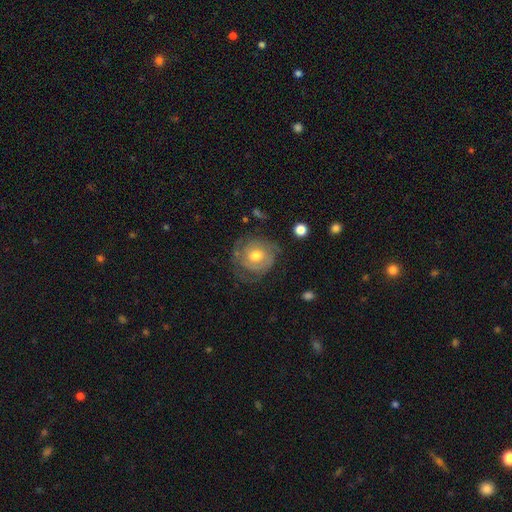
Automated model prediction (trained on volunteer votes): The model was most divided on "spiral arm count": can't tell: 37%, 2: 35%, 3: 12%, 1: 9%, 4: 4%, more than 4: 3%. More confident: edge-on disk — no (97%); spiral arms — yes (83%); bulge size — moderate (75%); bar — no (75%); smooth or featured — featured or disk (68%); merging — none (66%); spiral winding — tight (66%).